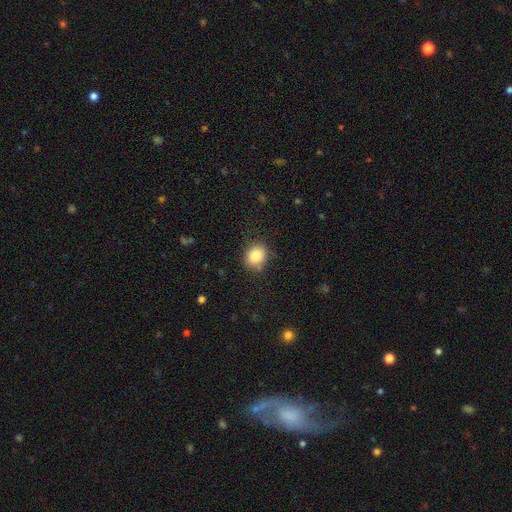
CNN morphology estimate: Smooth or featured: smooth — 85% (star or artifact — 9%)
How rounded: round — 65% (in between — 34%)
Merging: none — 80% (minor disturbance — 14%)